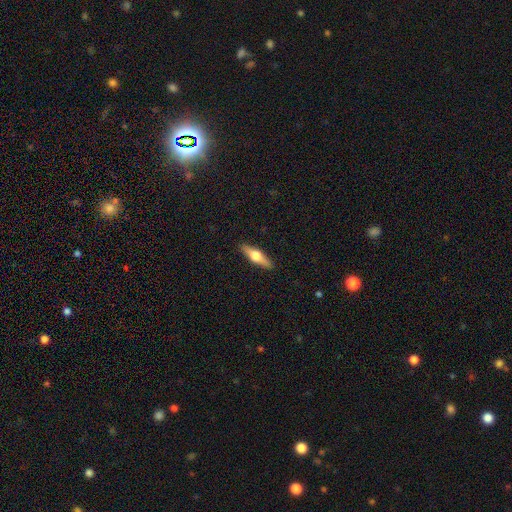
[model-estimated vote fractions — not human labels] Morphology: type=featured or disk (56%); edge-on=yes (95%); edge-on bulge=rounded (95%); merging=none (90%).